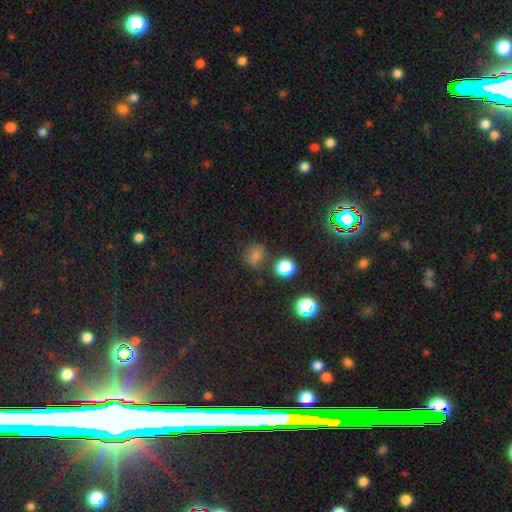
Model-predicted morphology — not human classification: Smooth or featured?
  - smooth: 69% *
  - star or artifact: 23%
  - featured or disk: 8%
How rounded?
  - round: 69% *
  - in between: 30%
  - cigar-shaped: 1%
Merging?
  - none: 69% *
  - minor disturbance: 18%
  - major disturbance: 6%
  - merger: 6%